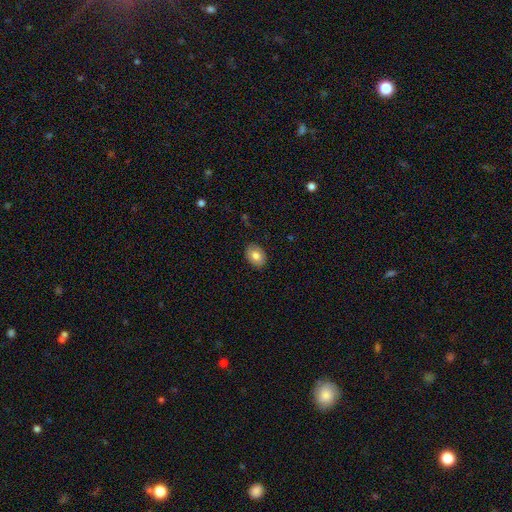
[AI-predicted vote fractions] smooth_or_featured: smooth (p=0.81) [alt: featured or disk p=0.12]
how_rounded: in between (p=0.75) [alt: round p=0.24]
merging: none (p=0.87) [alt: minor disturbance p=0.10]